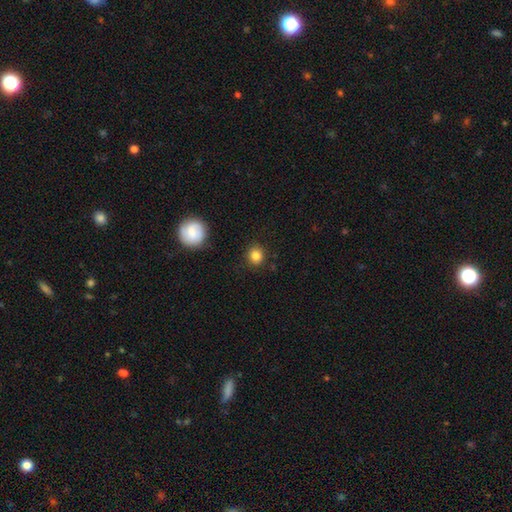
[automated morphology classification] smooth-or-featured: smooth: 83% | star or artifact: 11% | featured or disk: 6%
  how-rounded: round: 86% | in between: 13% | cigar-shaped: 1%
  merging: none: 87% | minor disturbance: 9% | major disturbance: 2% | merger: 2%